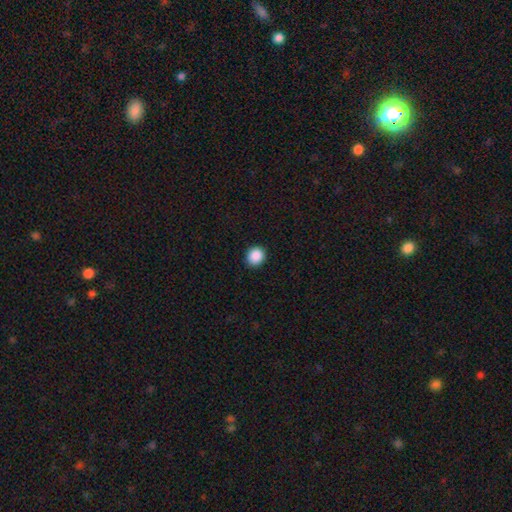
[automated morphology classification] smooth 89%, star or artifact 9%, featured or disk 2%. Down the decision tree: how rounded — round (85%); merging — none (91%).